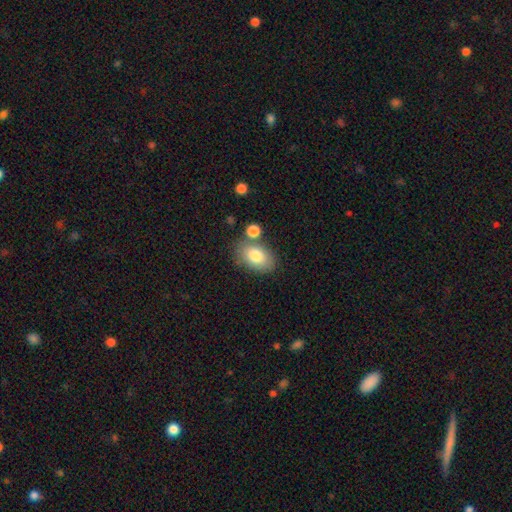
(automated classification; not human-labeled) A smooth galaxy with no disk features (81%) that is in between round and cigar-shaped (87%). Merging: none (70%).